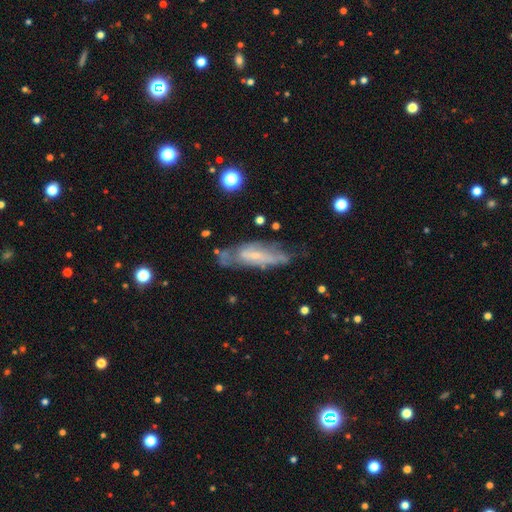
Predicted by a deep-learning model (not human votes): This is likely a featured or disk galaxy (62%). It is likely not viewed edge-on (73%). Merging: possibly none (53%).